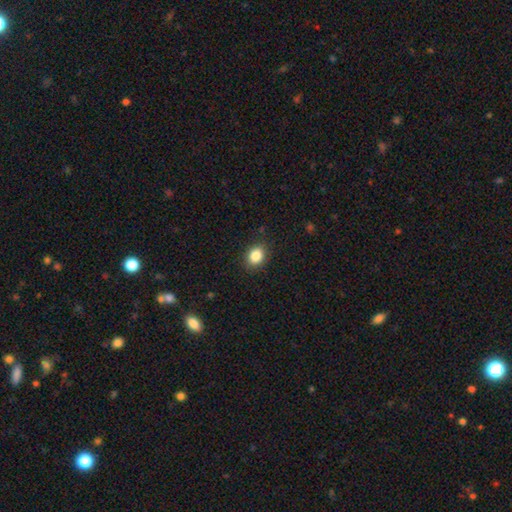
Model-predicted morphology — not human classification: Smooth or featured? smooth (85%)
How rounded? in between (60%)
Merging? none (87%)